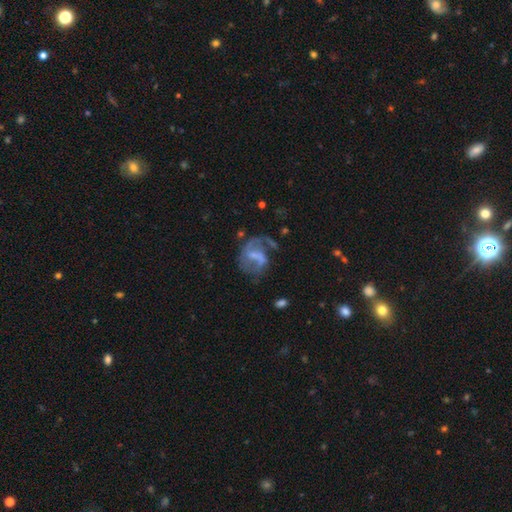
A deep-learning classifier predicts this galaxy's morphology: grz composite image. It shows a featured or disk galaxy (71%) with a weak bar (48%), 2 (57%) loose (45%) spiral arms (74%) and no central bulge (39%). Merging: none (39%).